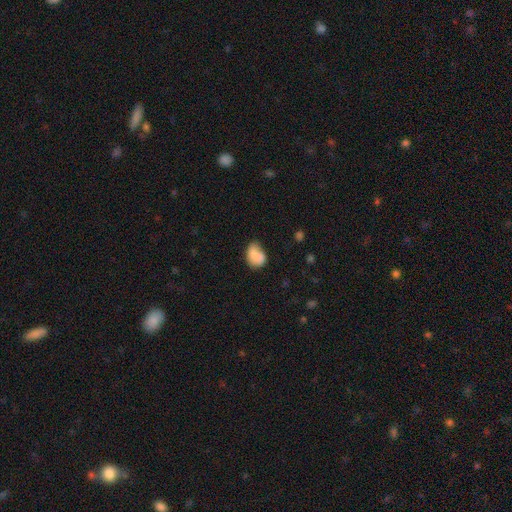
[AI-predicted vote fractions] Smooth or featured?
  - smooth: 74% *
  - featured or disk: 17%
  - star or artifact: 9%
How rounded?
  - in between: 71% *
  - round: 28%
  - cigar-shaped: 1%
Merging?
  - merger: 34% *
  - none: 31%
  - minor disturbance: 23%
  - major disturbance: 12%